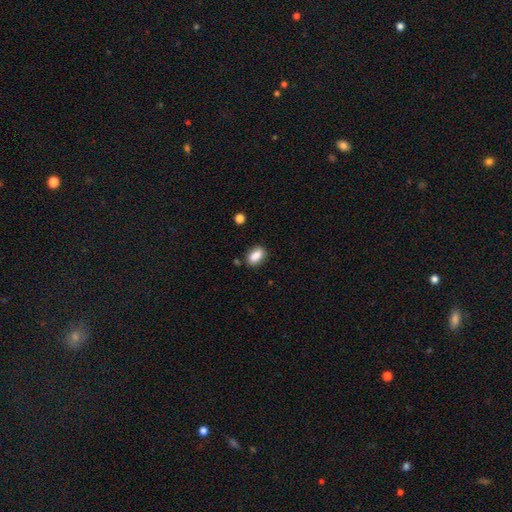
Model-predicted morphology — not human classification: Q: Smooth or featured?
A: smooth (87%); runner-up: star or artifact (8%)
Q: How rounded?
A: in between (88%); runner-up: round (8%)
Q: Merging?
A: none (82%); runner-up: minor disturbance (12%)